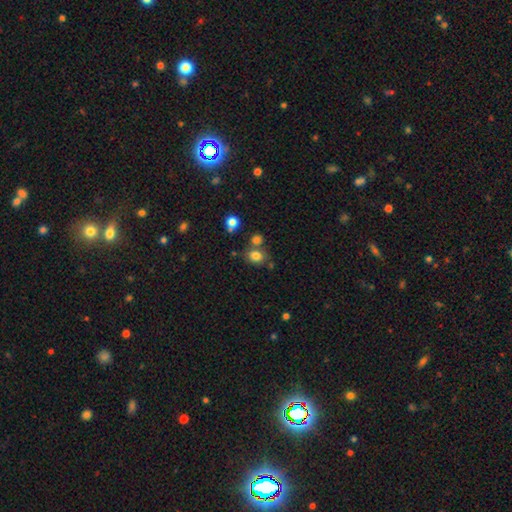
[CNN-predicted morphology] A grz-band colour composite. It shows a smooth galaxy with no disk features (80%) that is round (51%). Merging: none (63%).